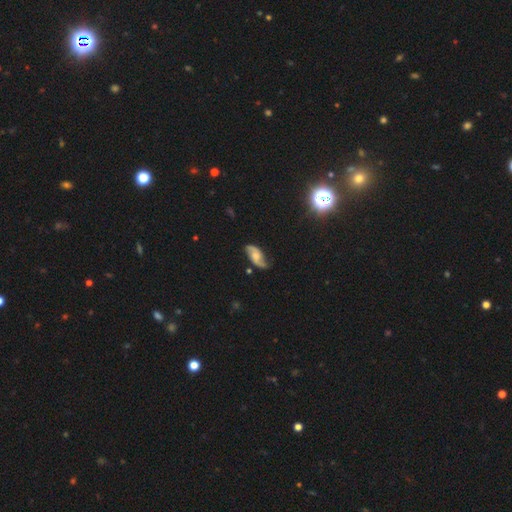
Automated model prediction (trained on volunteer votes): A featured or disk galaxy (77%) with no bar (59%), 2 (91%) loose (50%) spiral arms (95%) and a moderate central bulge (47%).

Vote fractions:
- Smooth or featured? featured or disk: 77% / smooth: 16% / star or artifact: 7%
- Edge-on disk? no: 95% / yes: 5%
- Bar? no: 59% / weak: 33% / strong: 8%
- Spiral arms? yes: 95% / no: 5%
- Spiral winding? loose: 50% / medium: 37% / tight: 13%
- Spiral arm count? 2: 91% / can't tell: 4% / 1: 2% / 3: 1% / 4: 1% / more than 4: 1%
- Bulge size? moderate: 47% / small: 33% / none: 11% / large: 8% / dominant: 2%
- Merging? none: 74% / minor disturbance: 18% / major disturbance: 6% / merger: 2%